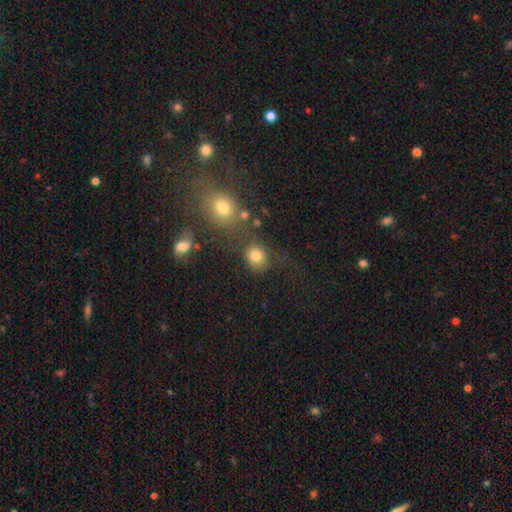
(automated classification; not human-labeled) This is likely a smooth galaxy (79%). How rounded: likely round (72%). Merging: likely none (63%).